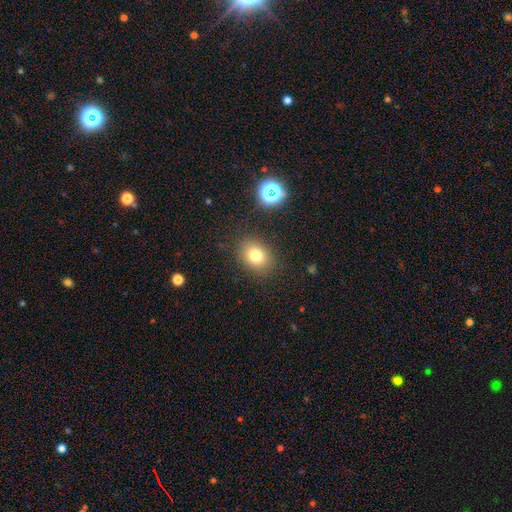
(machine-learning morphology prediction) smooth 76%, star or artifact 14%, featured or disk 10%. Down the decision tree: how rounded — in between (53%); merging — none (85%).